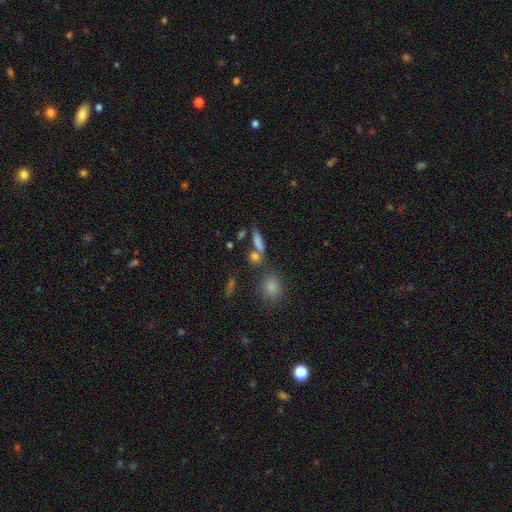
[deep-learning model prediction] smooth-or-featured: smooth: 60% | star or artifact: 22% | featured or disk: 18%
  how-rounded: cigar-shaped: 41% | in between: 37% | round: 21%
  merging: none: 68% | merger: 18% | minor disturbance: 10% | major disturbance: 5%